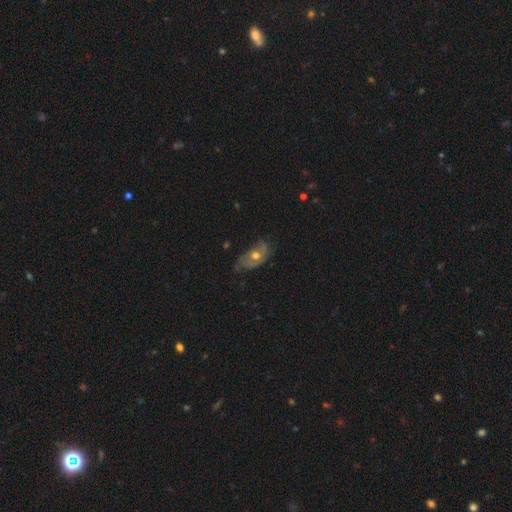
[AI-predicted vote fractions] Smooth or featured: featured or disk — 55% (smooth — 37%)
Edge-on disk: no — 89% (yes — 11%)
Merging: none — 43% (minor disturbance — 36%)